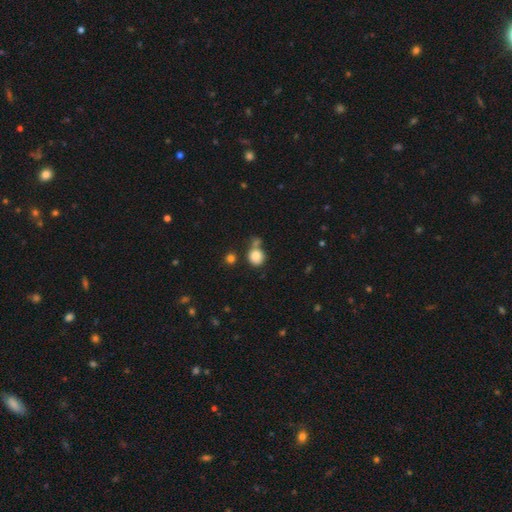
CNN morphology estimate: A smooth galaxy with no disk features (83%) that is round (85%).

Vote fractions:
- Smooth or featured? smooth: 83% / star or artifact: 10% / featured or disk: 7%
- How rounded? round: 85% / in between: 14% / cigar-shaped: 1%
- Merging? none: 59% / merger: 21% / minor disturbance: 14% / major disturbance: 6%